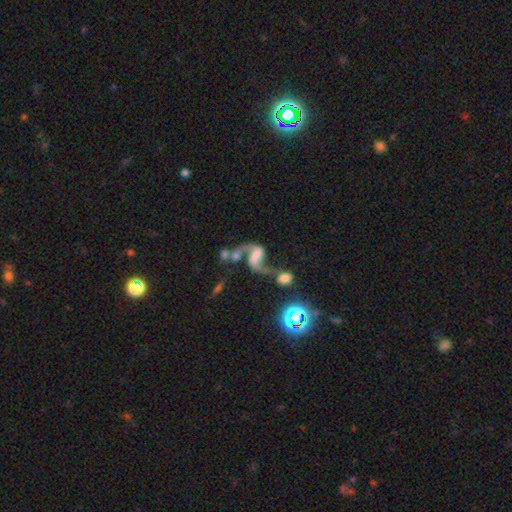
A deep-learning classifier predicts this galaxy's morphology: smooth_or_featured: featured or disk (p=0.77) [alt: smooth p=0.12]
disk_edge_on: no (p=0.97) [alt: yes p=0.03]
bar: weak (p=0.38) [alt: strong p=0.37]
has_spiral_arms: yes (p=0.90) [alt: no p=0.10]
spiral_winding: loose (p=0.79) [alt: medium p=0.17]
spiral_arm_count: 2 (p=0.87) [alt: 1 p=0.08]
bulge_size: none (p=0.43) [alt: moderate p=0.21]
merging: merger (p=0.39) [alt: none p=0.31]